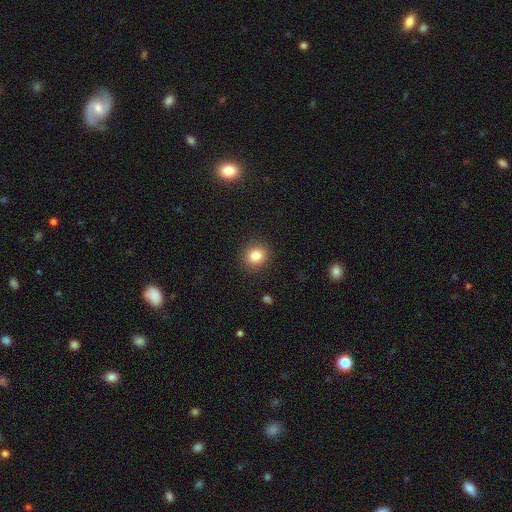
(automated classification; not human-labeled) smooth 83%, star or artifact 11%, featured or disk 7%. Down the decision tree: how rounded — round (79%); merging — none (90%).